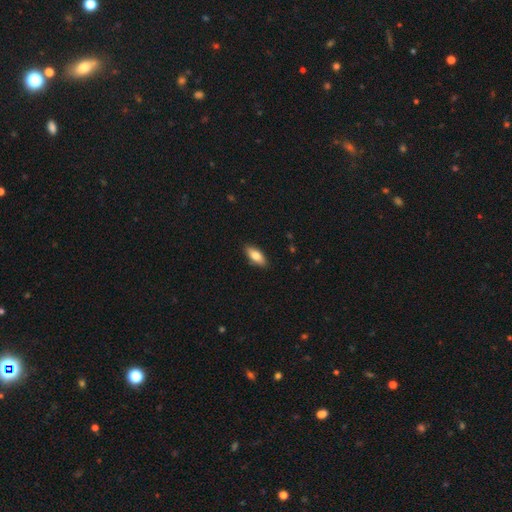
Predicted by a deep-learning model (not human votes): Smooth or featured? Predicted: smooth (p=0.80). How rounded? Predicted: in between (p=0.83). Merging? Predicted: none (p=0.88).